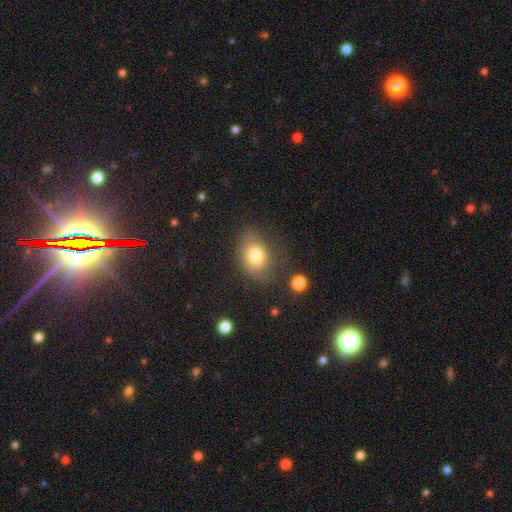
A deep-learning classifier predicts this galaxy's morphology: Smooth or featured: smooth — 76% (featured or disk — 14%)
How rounded: in between — 70% (round — 29%)
Merging: none — 63% (minor disturbance — 23%)